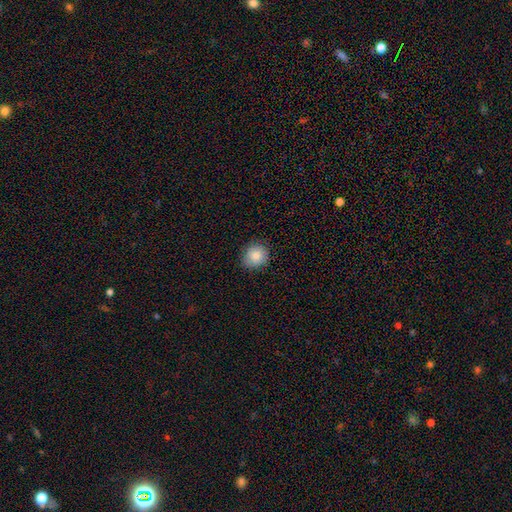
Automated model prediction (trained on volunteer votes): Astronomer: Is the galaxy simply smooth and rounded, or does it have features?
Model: smooth — 86%.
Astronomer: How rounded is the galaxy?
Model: round — 81%.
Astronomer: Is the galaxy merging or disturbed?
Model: none — 85%.